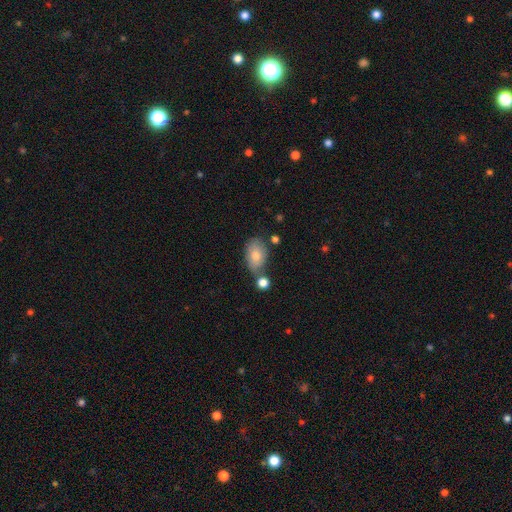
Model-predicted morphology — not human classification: smooth-or-featured: smooth: 72% | featured or disk: 19% | star or artifact: 9%
  how-rounded: in between: 88% | round: 10% | cigar-shaped: 2%
  merging: none: 58% | minor disturbance: 20% | merger: 16% | major disturbance: 6%